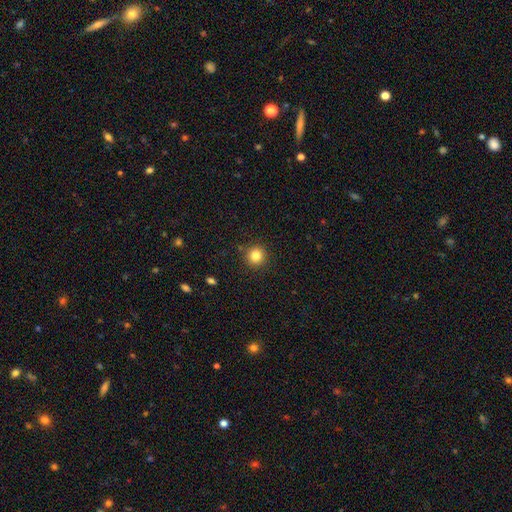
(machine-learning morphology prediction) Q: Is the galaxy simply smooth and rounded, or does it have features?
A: smooth — 83%.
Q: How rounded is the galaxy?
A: round — 93%.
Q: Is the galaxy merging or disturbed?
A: none — 90%.